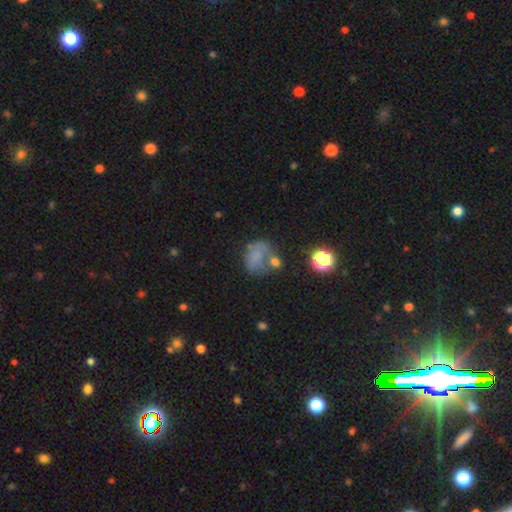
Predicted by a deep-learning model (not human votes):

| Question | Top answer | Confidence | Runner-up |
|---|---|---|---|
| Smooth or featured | smooth | 55% | featured or disk (28%) |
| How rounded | in between | 55% | round (44%) |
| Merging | none | 34% | major disturbance (25%) |